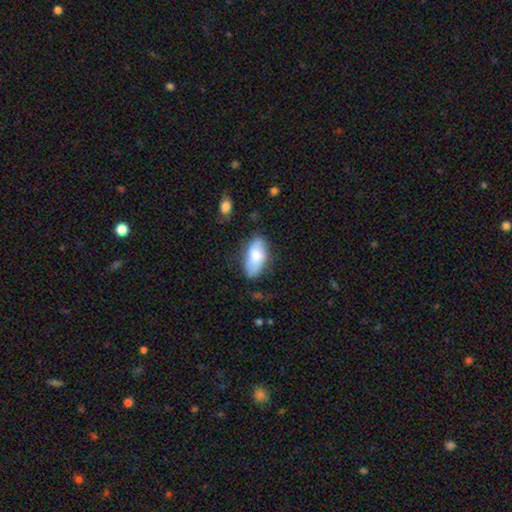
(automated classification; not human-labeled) A smooth galaxy with no disk features (75%) that is in between round and cigar-shaped (91%).

Vote fractions:
- Smooth or featured? smooth: 75% / featured or disk: 19% / star or artifact: 6%
- How rounded? in between: 91% / cigar-shaped: 6% / round: 3%
- Merging? none: 70% / minor disturbance: 22% / major disturbance: 5% / merger: 2%